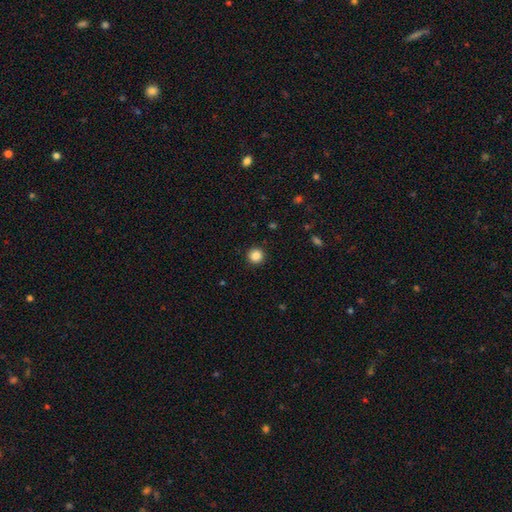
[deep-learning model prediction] This appears to be a smooth galaxy with no disk features (86%) that is round (95%). Merging: none (92%).